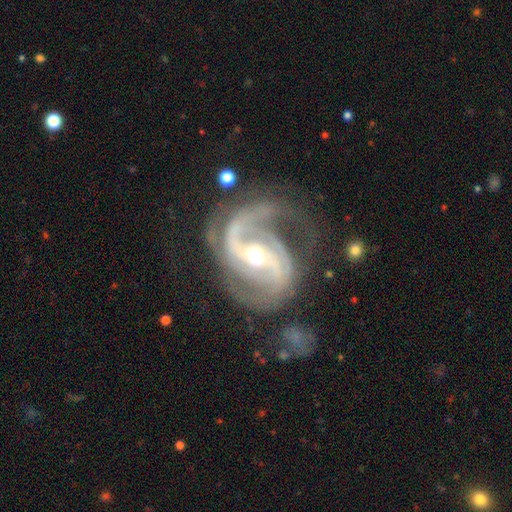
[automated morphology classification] Overall: featured or disk (92%). Edge-on disk: no (98%). Bar: strong (44%; weak 38%). Spiral arms: yes (98%). Spiral arm count: 2 (70%). Spiral winding: medium (54%; tight 27%). Bulge size: moderate (53%; small 43%). Merging: none (58%; minor disturbance 20%).